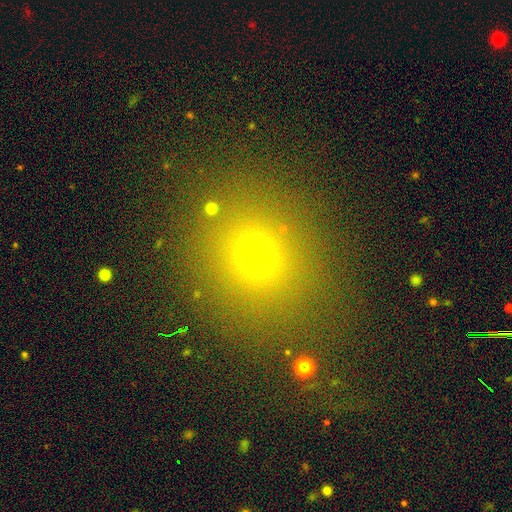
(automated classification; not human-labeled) A smooth galaxy with no disk features (67%) that is round (77%). Merging: none (79%).